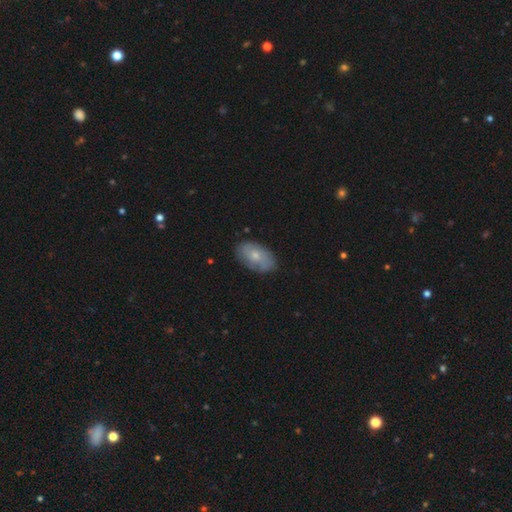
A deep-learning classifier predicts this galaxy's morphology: A smooth galaxy with no disk features (60%) that is in between round and cigar-shaped (92%).

Vote fractions:
- Smooth or featured? smooth: 60% / featured or disk: 34% / star or artifact: 6%
- How rounded? in between: 92% / round: 7% / cigar-shaped: 2%
- Merging? none: 78% / minor disturbance: 17% / major disturbance: 3% / merger: 1%